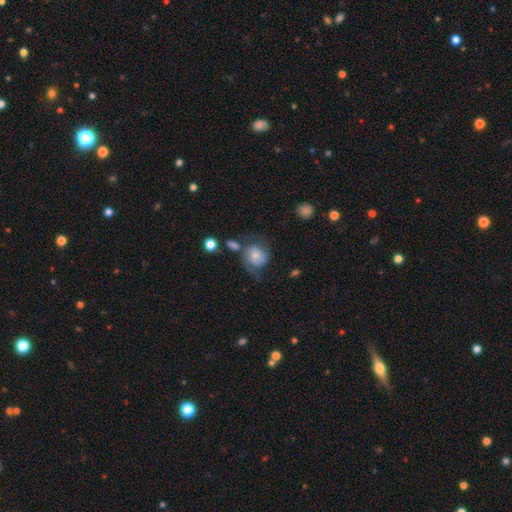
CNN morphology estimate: Smooth or featured?
  - featured or disk: 54% *
  - smooth: 37%
  - star or artifact: 8%
Edge-on disk?
  - no: 97% *
  - yes: 3%
Bar?
  - no: 70% *
  - weak: 26%
  - strong: 5%
Spiral arms?
  - yes: 85% *
  - no: 15%
Bulge size?
  - moderate: 44% *
  - small: 36%
  - large: 10%
  - none: 7%
  - dominant: 3%
Merging?
  - none: 42% *
  - major disturbance: 24%
  - minor disturbance: 23%
  - merger: 10%